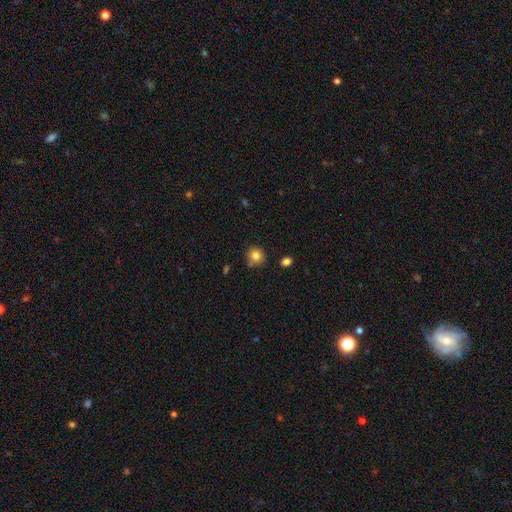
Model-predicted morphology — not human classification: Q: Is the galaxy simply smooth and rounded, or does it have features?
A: smooth — 82%.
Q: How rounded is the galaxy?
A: round — 88%.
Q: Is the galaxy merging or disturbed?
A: none — 77%.